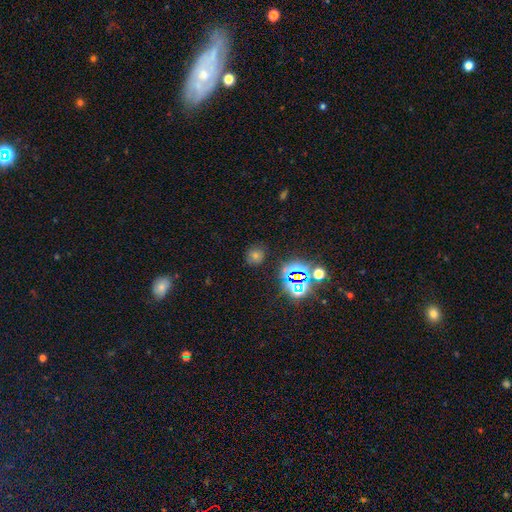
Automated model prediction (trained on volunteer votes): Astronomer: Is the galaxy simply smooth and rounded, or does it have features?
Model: star or artifact — 45%, tied with smooth at 45%.